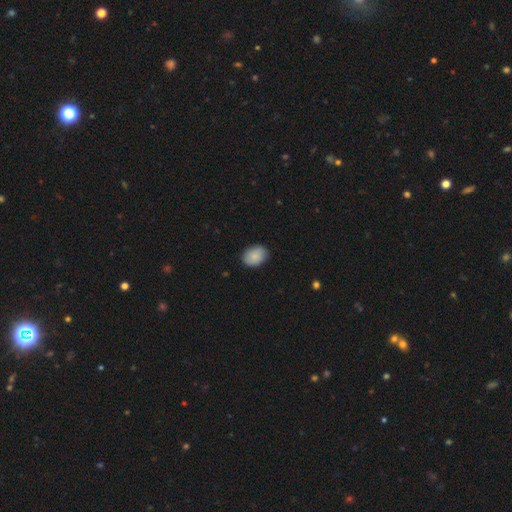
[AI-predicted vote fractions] smooth_or_featured: smooth (p=0.88) [alt: star or artifact p=0.07]
how_rounded: in between (p=0.73) [alt: round p=0.26]
merging: none (p=0.86) [alt: minor disturbance p=0.11]